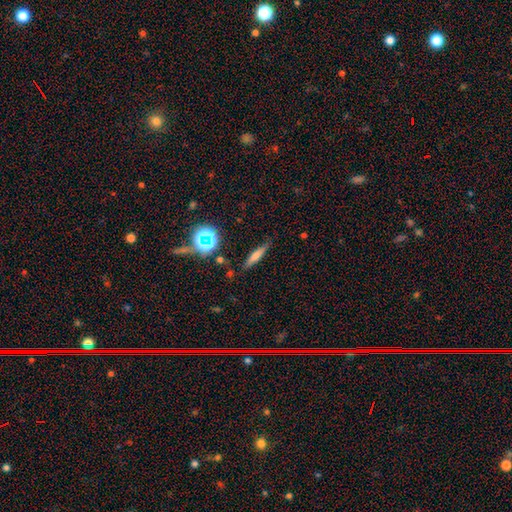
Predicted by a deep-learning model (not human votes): Morphology: type=smooth (61%); roundness=cigar-shaped (83%); merging=none (82%).